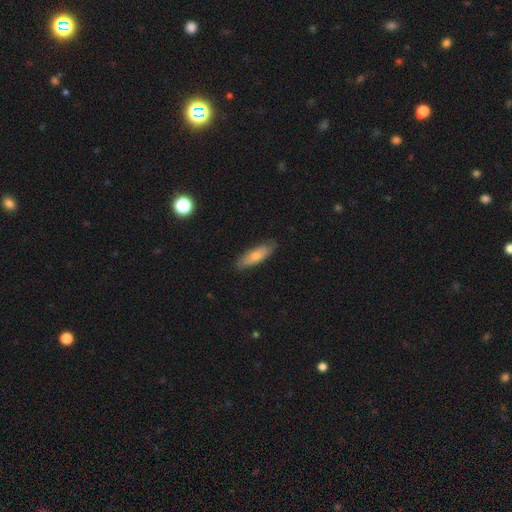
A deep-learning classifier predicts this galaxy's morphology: Smooth or featured: smooth — 68% (featured or disk — 26%)
How rounded: cigar-shaped — 55% (in between — 42%)
Merging: none — 86% (minor disturbance — 11%)